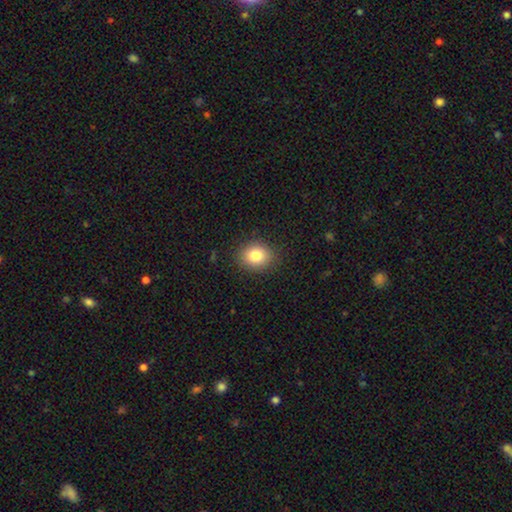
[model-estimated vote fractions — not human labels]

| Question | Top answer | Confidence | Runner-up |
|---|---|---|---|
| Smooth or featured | smooth | 82% | star or artifact (10%) |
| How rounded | round | 61% | in between (38%) |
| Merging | none | 88% | minor disturbance (8%) |